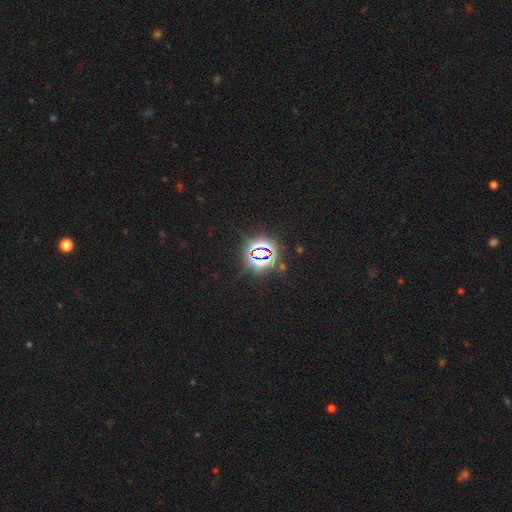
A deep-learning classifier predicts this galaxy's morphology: Smooth or featured? star or artifact (81%)